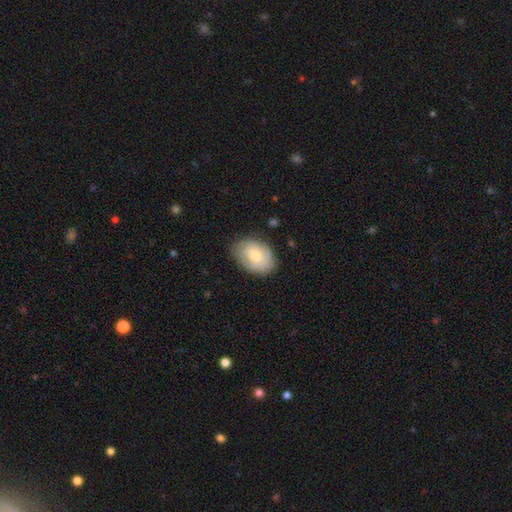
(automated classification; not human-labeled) A smooth galaxy with no disk features (48%). Merging: none (77%).